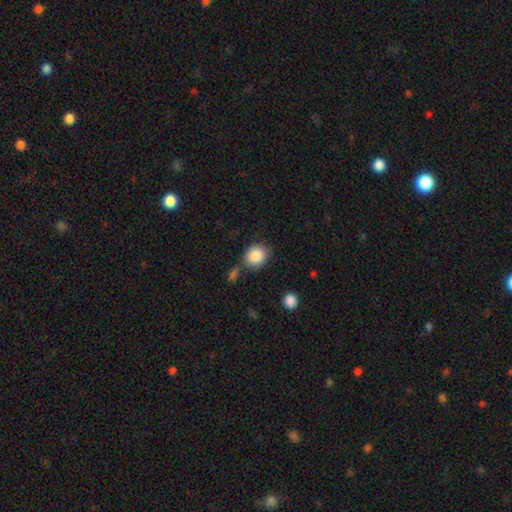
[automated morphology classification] Smooth or featured? smooth (87%)
How rounded? round (76%)
Merging? none (69%)